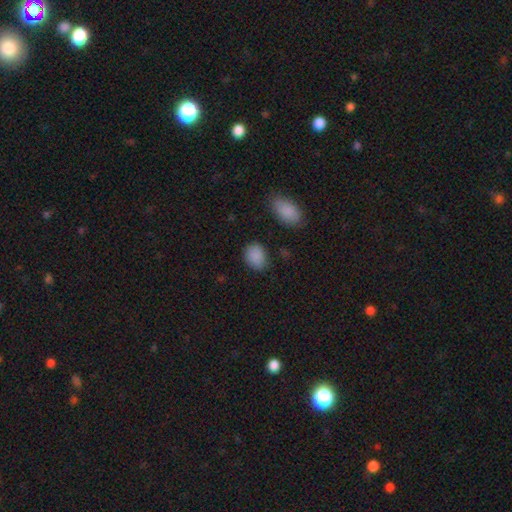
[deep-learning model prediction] This is clearly a smooth galaxy (88%). How rounded: likely in between (64%). Merging: likely none (74%).